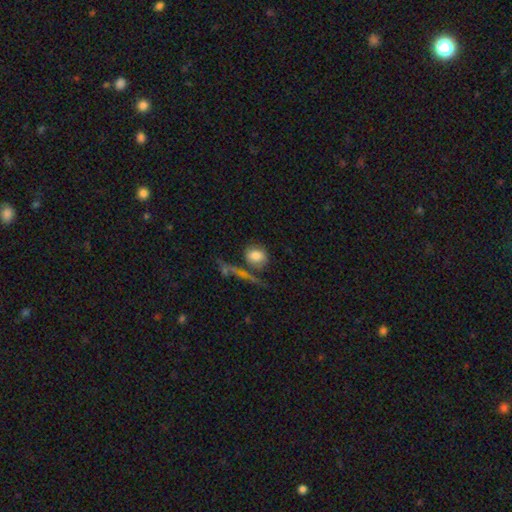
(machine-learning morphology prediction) Smooth or featured? smooth (78%)
How rounded? round (55%)
Merging? none (52%)